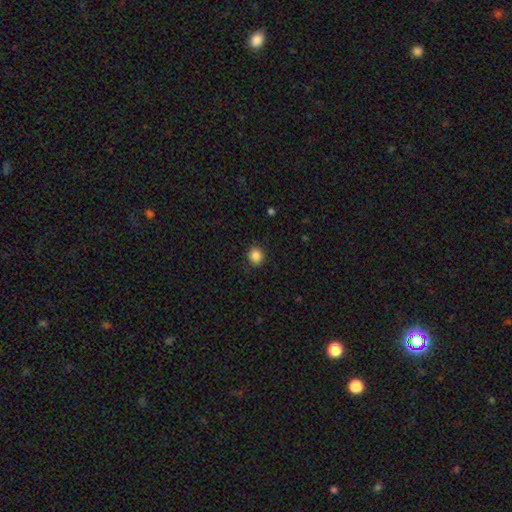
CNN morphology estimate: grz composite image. It shows a smooth galaxy with no disk features (86%) that is round (85%). Merging: none (89%).